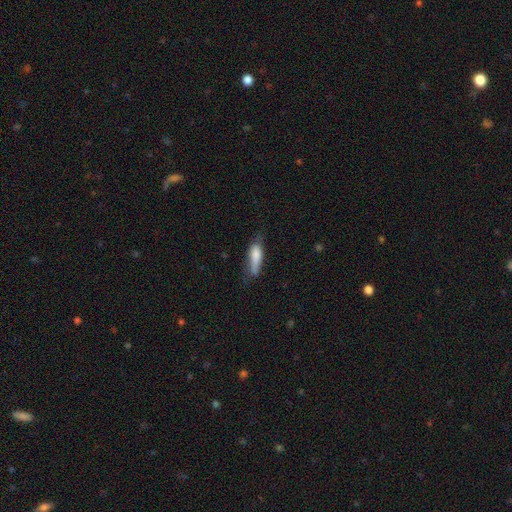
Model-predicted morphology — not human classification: Q: Smooth or featured?
A: smooth (75%); runner-up: featured or disk (18%)
Q: How rounded?
A: cigar-shaped (54%); runner-up: in between (43%)
Q: Merging?
A: none (43%); runner-up: minor disturbance (37%)